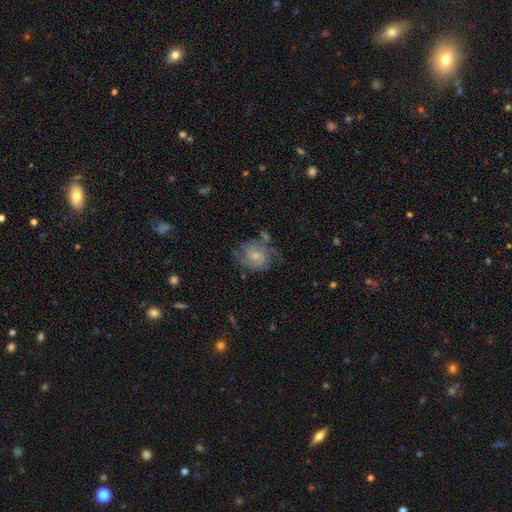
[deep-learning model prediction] A featured or disk galaxy (71%) with no bar (66%), 2 (45%) medium (43%) spiral arms (88%) and a small central bulge (57%).

Vote fractions:
- Smooth or featured? featured or disk: 71% / smooth: 21% / star or artifact: 8%
- Edge-on disk? no: 98% / yes: 2%
- Bar? no: 66% / weak: 30% / strong: 4%
- Spiral arms? yes: 88% / no: 12%
- Spiral winding? medium: 43% / tight: 40% / loose: 17%
- Spiral arm count? 2: 45% / can't tell: 27% / 3: 15% / 4: 5% / 1: 5% / more than 4: 4%
- Bulge size? small: 57% / moderate: 35% / none: 5% / large: 3% / dominant: 1%
- Merging? none: 54% / minor disturbance: 24% / major disturbance: 16% / merger: 6%